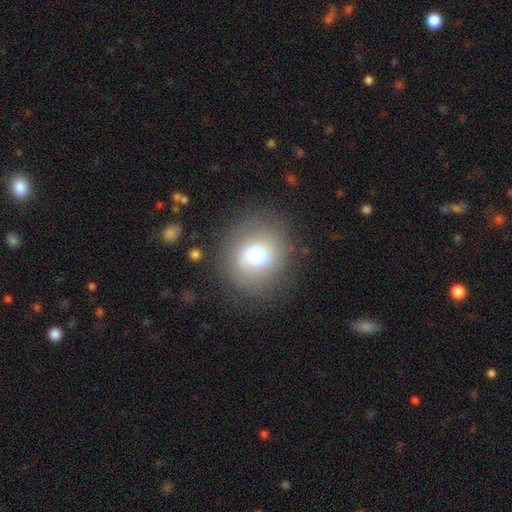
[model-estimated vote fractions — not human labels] This is likely a smooth galaxy (67%). How rounded: likely round (77%). Merging: likely none (76%).